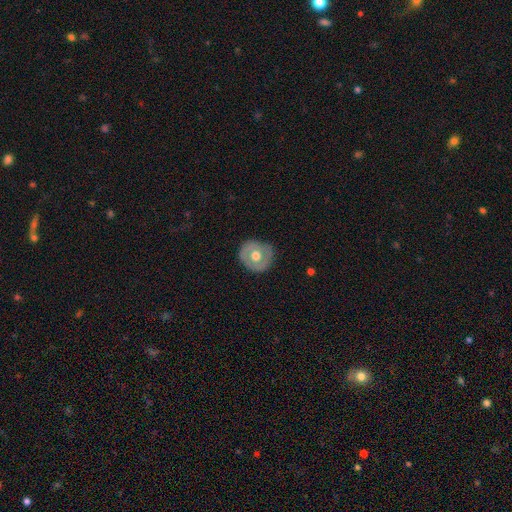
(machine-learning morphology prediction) Smooth or featured? featured or disk (48%)
Merging? none (82%)